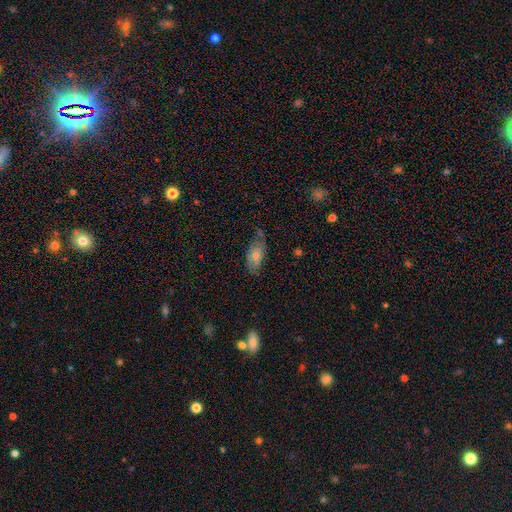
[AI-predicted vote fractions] Q: Smooth or featured?
A: smooth (57%); runner-up: featured or disk (34%)
Q: How rounded?
A: in between (86%); runner-up: cigar-shaped (10%)
Q: Merging?
A: none (59%); runner-up: minor disturbance (29%)